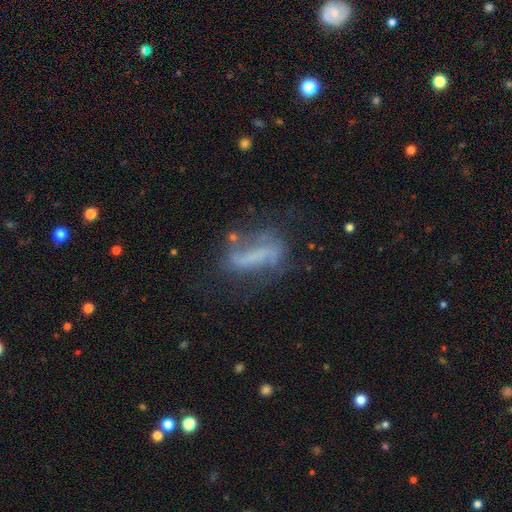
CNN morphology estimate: smooth-or-featured: featured or disk: 56% | smooth: 31% | star or artifact: 13%
  disk-edge-on: no: 84% | yes: 16%
  merging: none: 48% | minor disturbance: 23% | major disturbance: 22% | merger: 7%